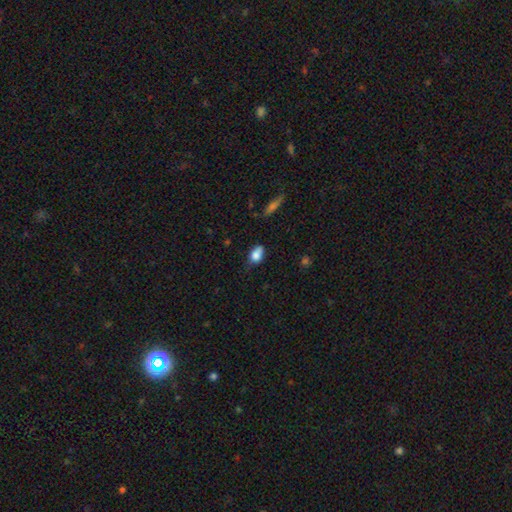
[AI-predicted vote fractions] Morphology: type=smooth (81%); roundness=in between (82%); merging=none (48%).